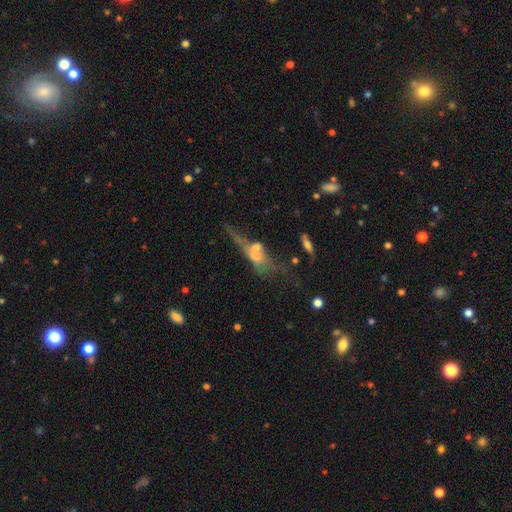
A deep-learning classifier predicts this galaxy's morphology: smooth_or_featured: featured or disk (p=0.52) [alt: smooth p=0.34]
disk_edge_on: no (p=0.56) [alt: yes p=0.44]
merging: merger (p=0.38) [alt: none p=0.24]